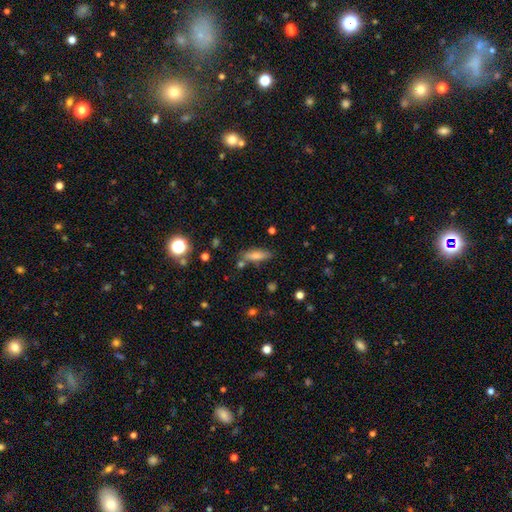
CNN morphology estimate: This appears to be a smooth galaxy with no disk features (75%) that is in between round and cigar-shaped (52%). Merging: none (72%).